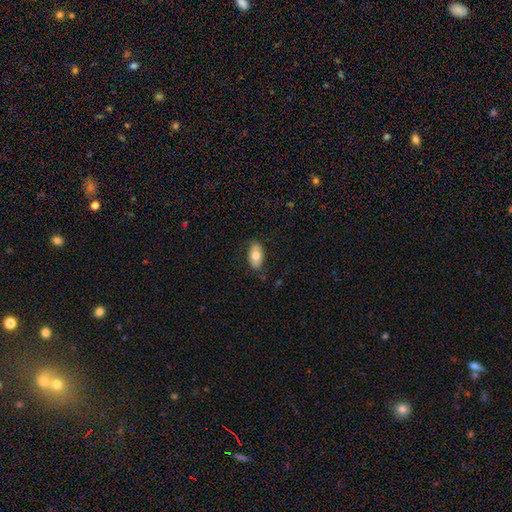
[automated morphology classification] Smooth or featured?
  - smooth: 69% *
  - featured or disk: 24%
  - star or artifact: 6%
How rounded?
  - in between: 93% *
  - round: 5%
  - cigar-shaped: 3%
Merging?
  - none: 81% *
  - minor disturbance: 14%
  - major disturbance: 3%
  - merger: 1%